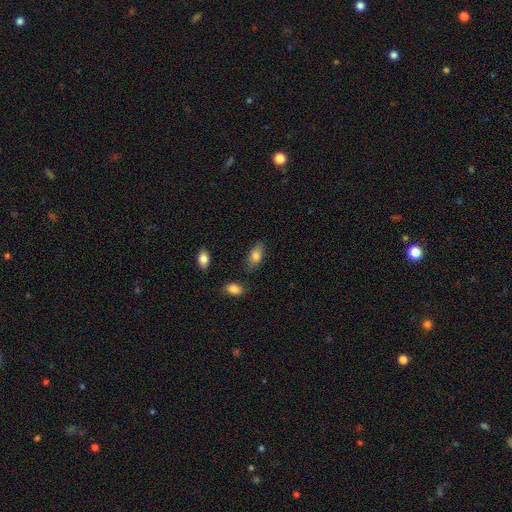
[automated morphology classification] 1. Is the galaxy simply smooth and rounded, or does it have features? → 82% smooth, 10% featured or disk, 8% star or artifact.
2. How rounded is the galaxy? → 90% in between, 6% cigar-shaped, 4% round.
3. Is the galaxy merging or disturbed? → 77% none, 16% minor disturbance, 4% major disturbance, 4% merger.